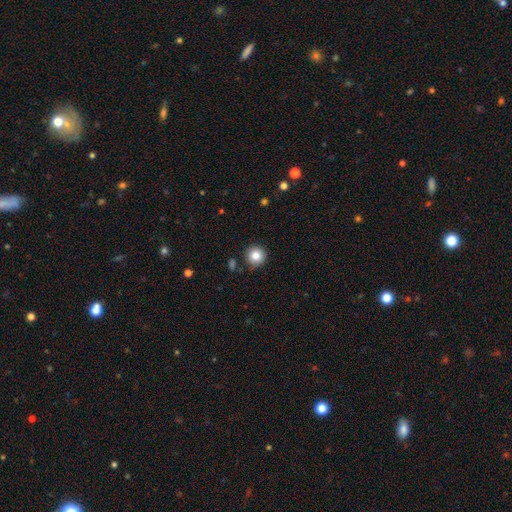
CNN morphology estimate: smooth_or_featured: smooth (p=0.83) [alt: star or artifact p=0.11]
how_rounded: round (p=0.95) [alt: in between p=0.04]
merging: none (p=0.87) [alt: minor disturbance p=0.09]